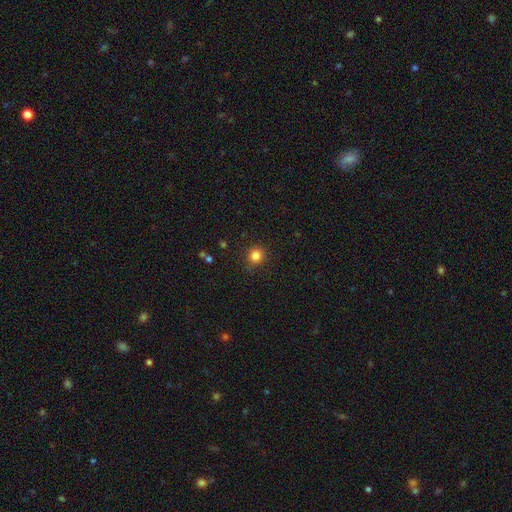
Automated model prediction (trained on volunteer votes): This appears to be a smooth galaxy with no disk features (84%) that is round (91%). Merging: none (88%).